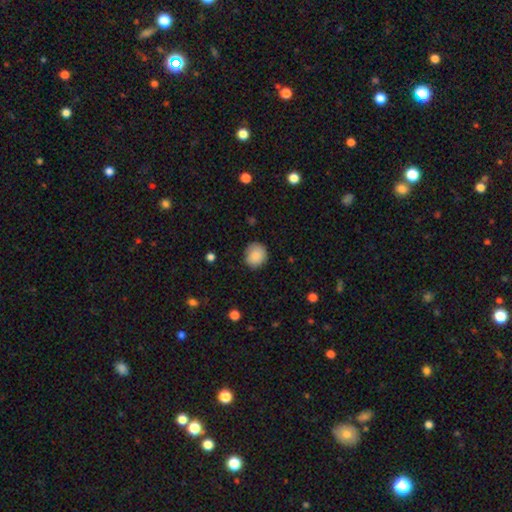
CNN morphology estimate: Smooth or featured?
  - smooth: 88% *
  - star or artifact: 8%
  - featured or disk: 5%
How rounded?
  - round: 82% *
  - in between: 17%
  - cigar-shaped: 1%
Merging?
  - none: 84% *
  - minor disturbance: 12%
  - major disturbance: 3%
  - merger: 1%